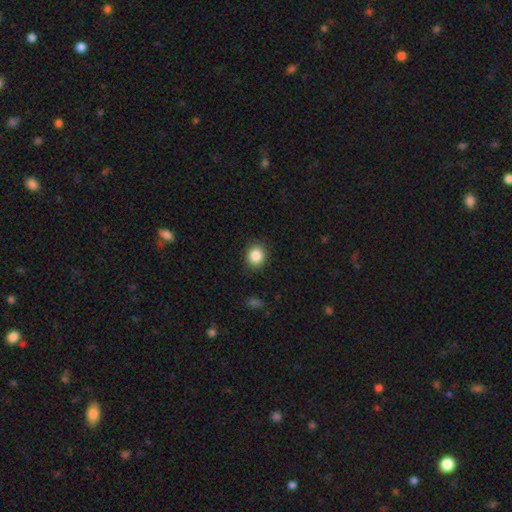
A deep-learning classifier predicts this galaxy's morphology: type=smooth (86%); roundness=round (79%); merging=none (89%).